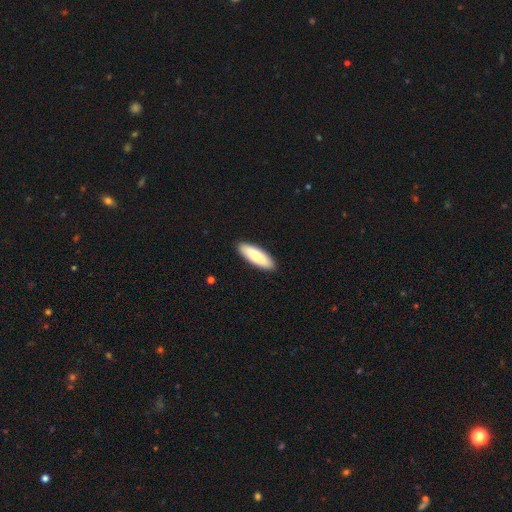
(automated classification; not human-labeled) This is clearly a smooth galaxy (84%). How rounded: possibly in between (57%). Merging: clearly none (91%).